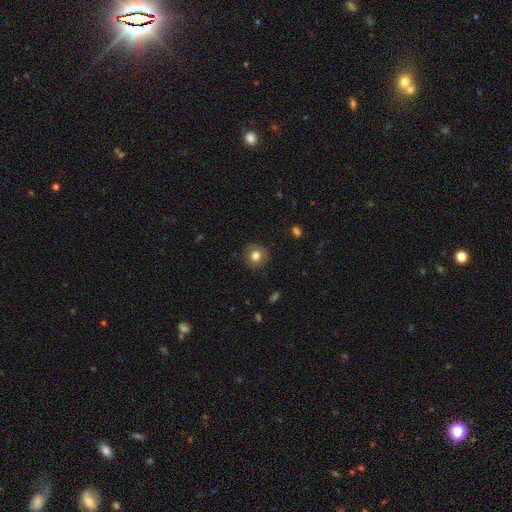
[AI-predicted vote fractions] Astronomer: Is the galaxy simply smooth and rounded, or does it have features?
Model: smooth — 78%.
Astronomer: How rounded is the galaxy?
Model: round — 91%.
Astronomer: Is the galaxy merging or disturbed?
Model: none — 88%.